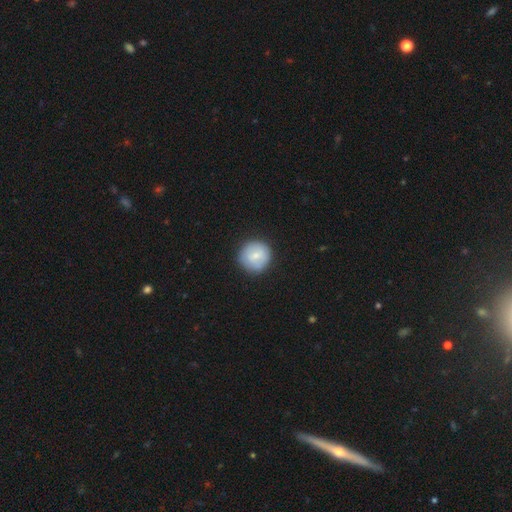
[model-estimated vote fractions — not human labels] Smooth or featured? smooth (73%)
How rounded? round (93%)
Merging? none (83%)